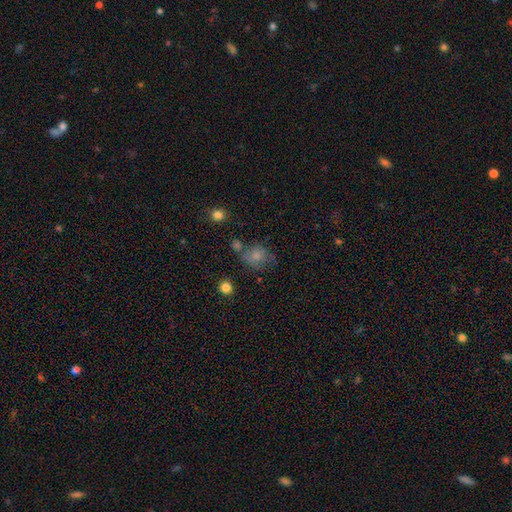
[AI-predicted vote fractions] Overall: smooth (72%). How rounded: round (62%; in between 37%). Merging: none (49%; minor disturbance 23%).